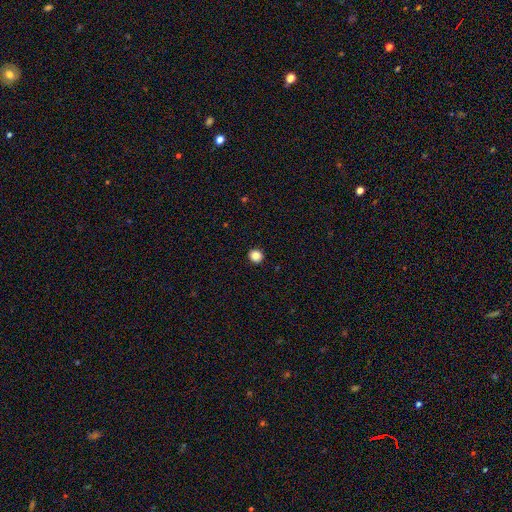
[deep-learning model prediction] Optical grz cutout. It shows a smooth galaxy with no disk features (85%) that is round (93%). Merging: none (94%).